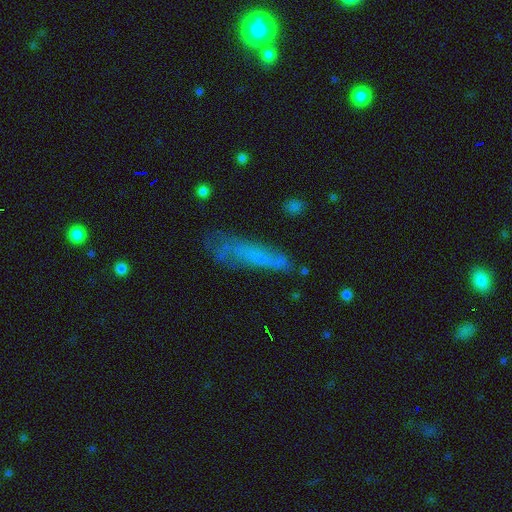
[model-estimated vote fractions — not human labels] Smooth or featured?
  - smooth: 50% *
  - featured or disk: 37%
  - star or artifact: 13%
Merging?
  - none: 55% *
  - minor disturbance: 26%
  - major disturbance: 14%
  - merger: 4%